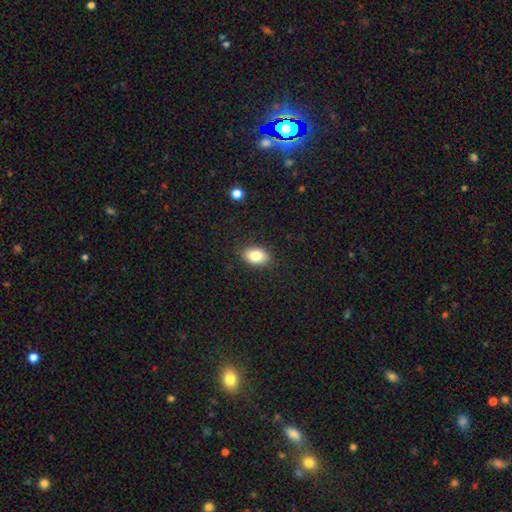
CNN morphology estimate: type=smooth (82%); roundness=in between (84%); merging=none (86%).